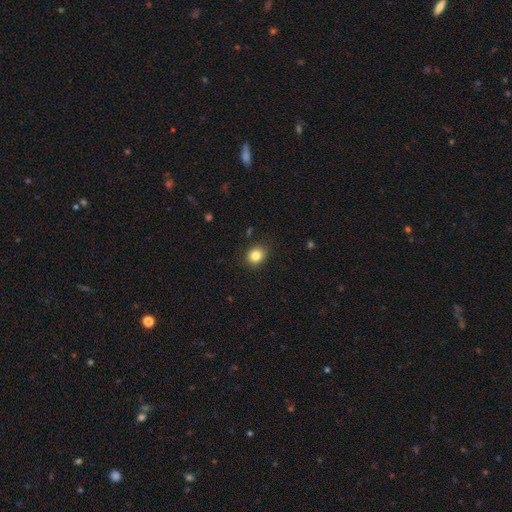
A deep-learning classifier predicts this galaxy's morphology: This is clearly a smooth galaxy (83%). How rounded: likely round (72%). Merging: clearly none (87%).